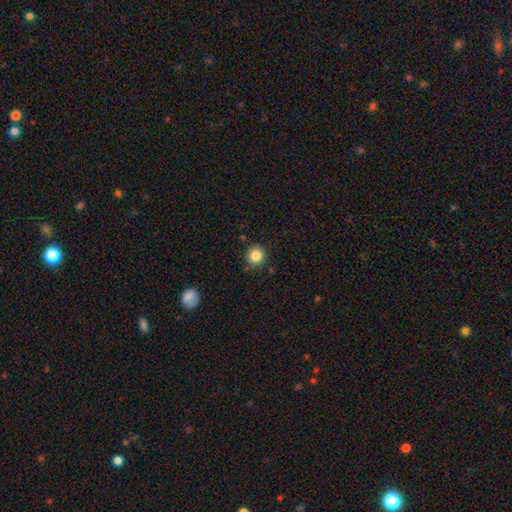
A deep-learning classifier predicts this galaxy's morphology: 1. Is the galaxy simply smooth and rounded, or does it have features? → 84% smooth, 11% star or artifact, 6% featured or disk.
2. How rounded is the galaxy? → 93% round, 6% in between, 1% cigar-shaped.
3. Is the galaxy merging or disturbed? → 88% none, 7% minor disturbance, 2% merger, 2% major disturbance.